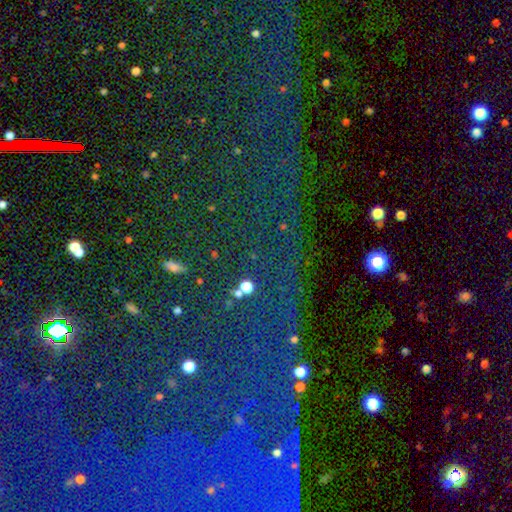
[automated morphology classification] This appears to be a star or artifact, not a galaxy (81%).